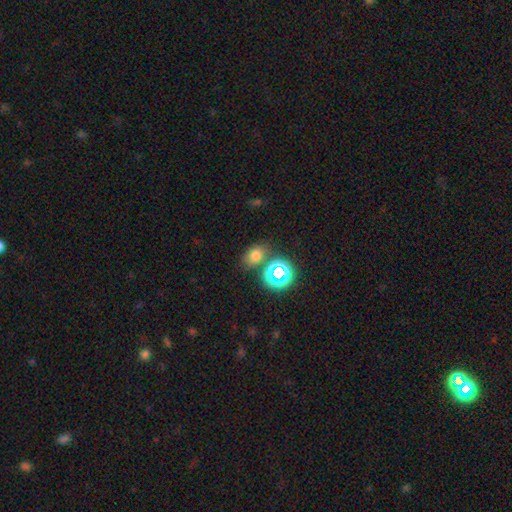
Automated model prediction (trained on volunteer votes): A smooth galaxy with no disk features (67%) that is in between round and cigar-shaped (60%). Merging: none (72%).